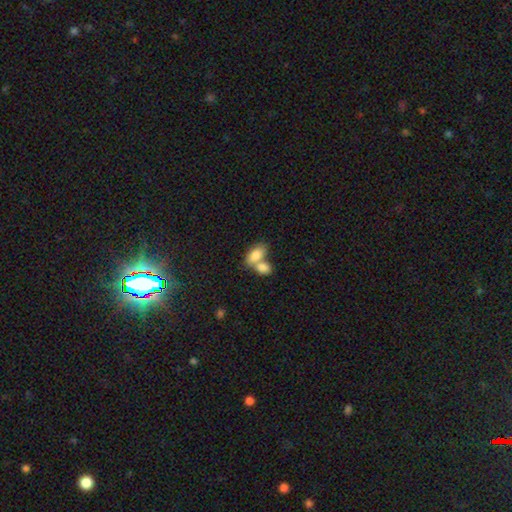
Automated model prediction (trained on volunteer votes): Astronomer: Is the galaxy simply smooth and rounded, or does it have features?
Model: smooth — 82%.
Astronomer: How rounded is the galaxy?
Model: in between — 91%.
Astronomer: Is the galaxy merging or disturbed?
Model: merger — 63%.